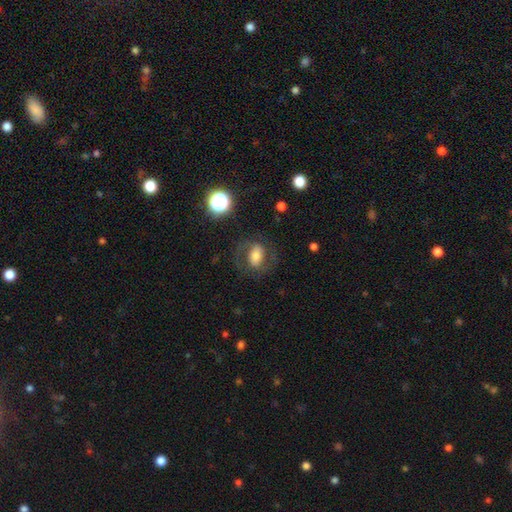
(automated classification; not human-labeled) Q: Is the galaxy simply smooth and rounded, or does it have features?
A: smooth — 48%.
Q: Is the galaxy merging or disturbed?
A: none — 69%.